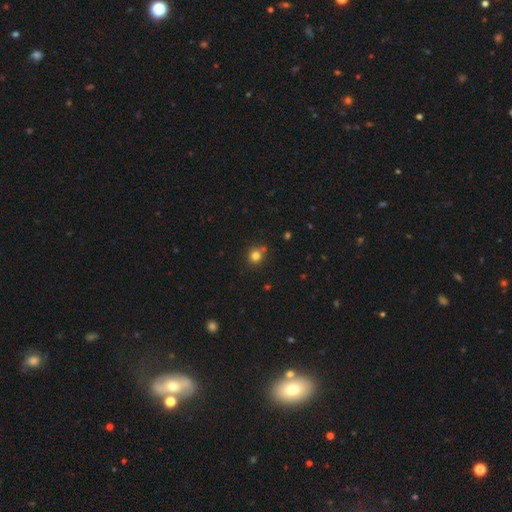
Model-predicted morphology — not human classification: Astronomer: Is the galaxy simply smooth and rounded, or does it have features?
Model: smooth — 80%.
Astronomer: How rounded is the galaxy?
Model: round — 87%.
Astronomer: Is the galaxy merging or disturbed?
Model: none — 76%.